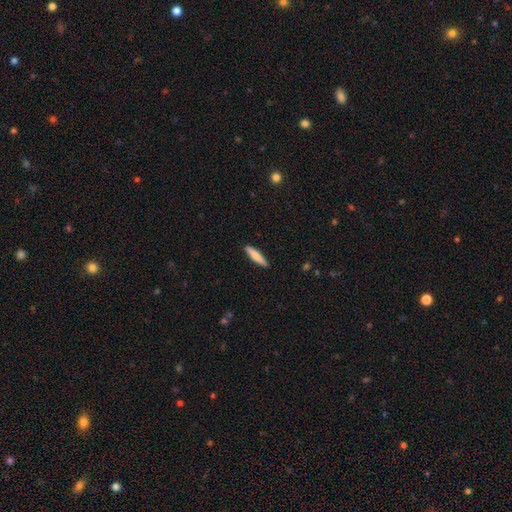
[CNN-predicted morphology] This is likely a smooth galaxy (76%). How rounded: clearly cigar-shaped (83%). Merging: clearly none (89%).